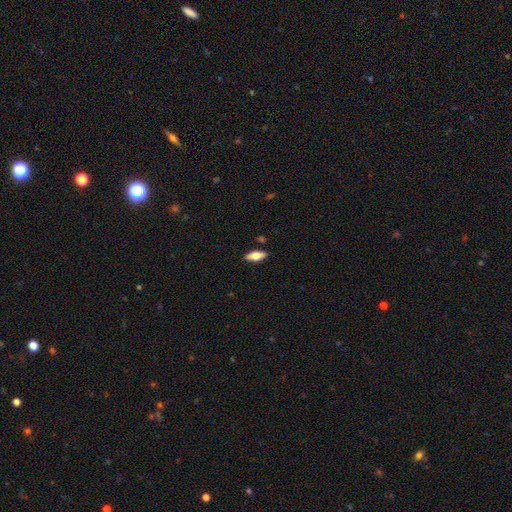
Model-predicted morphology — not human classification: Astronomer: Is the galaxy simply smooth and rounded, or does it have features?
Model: smooth — 60%.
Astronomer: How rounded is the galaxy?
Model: in between — 77%.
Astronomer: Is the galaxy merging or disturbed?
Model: none — 88%.